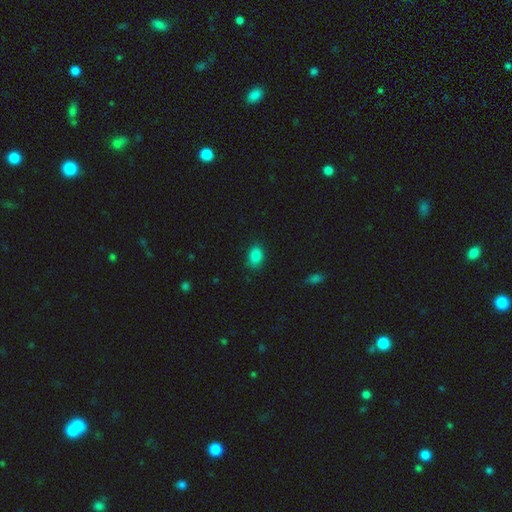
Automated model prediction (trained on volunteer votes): Morphology: type=smooth (86%); roundness=in between (82%); merging=none (84%).